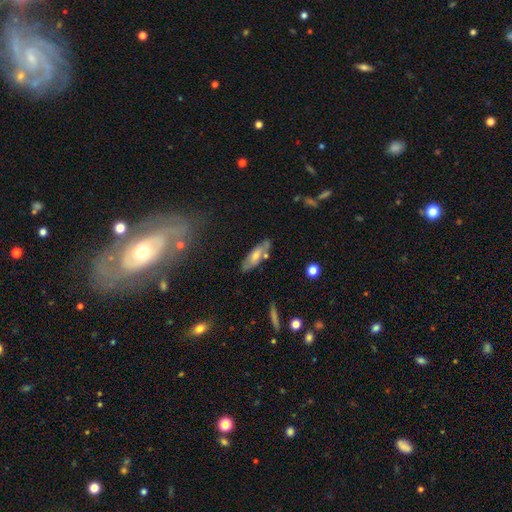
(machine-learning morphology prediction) smooth-or-featured: smooth: 49% | featured or disk: 43% | star or artifact: 7%
  merging: none: 71% | minor disturbance: 17% | merger: 7% | major disturbance: 4%